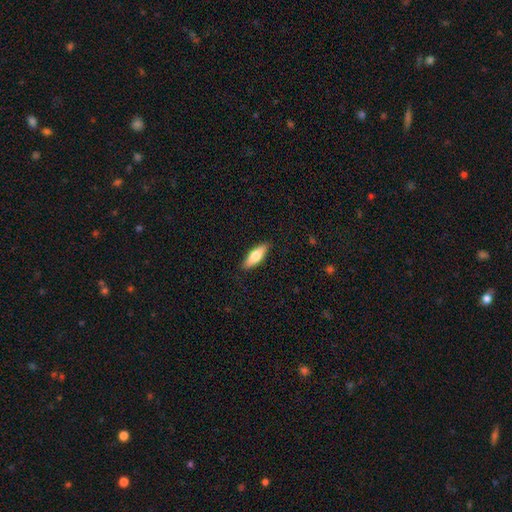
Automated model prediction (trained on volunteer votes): Smooth or featured?
  - smooth: 65% *
  - featured or disk: 30%
  - star or artifact: 6%
How rounded?
  - in between: 53% *
  - cigar-shaped: 45%
  - round: 2%
Merging?
  - none: 89% *
  - minor disturbance: 8%
  - major disturbance: 2%
  - merger: 1%